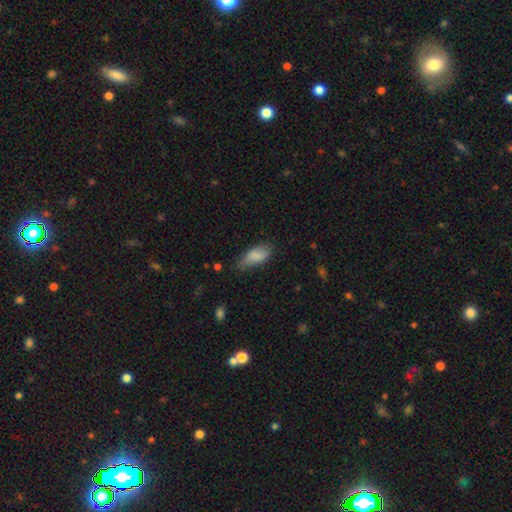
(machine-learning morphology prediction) The model was most divided on "merging": none: 54%, minor disturbance: 36%, major disturbance: 9%, merger: 2%. More confident: how rounded — in between (84%); smooth or featured — smooth (83%).